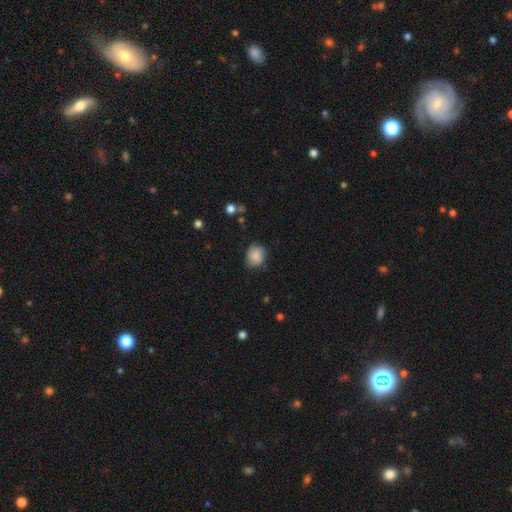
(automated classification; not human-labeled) Smooth or featured? smooth (80%)
How rounded? round (57%)
Merging? none (67%)